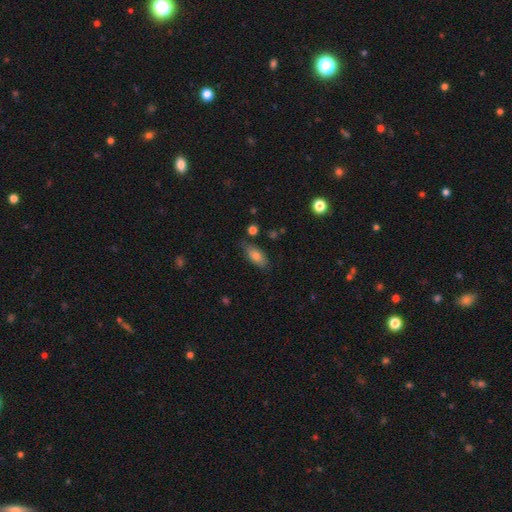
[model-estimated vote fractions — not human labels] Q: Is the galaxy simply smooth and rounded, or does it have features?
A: smooth — 78%.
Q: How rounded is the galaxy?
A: in between — 87%.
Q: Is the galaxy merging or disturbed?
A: none — 71%.